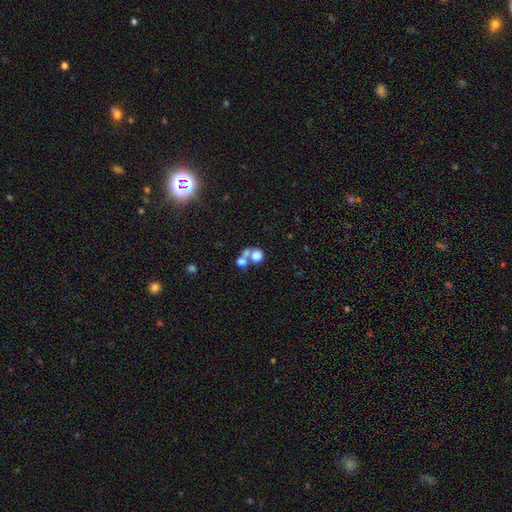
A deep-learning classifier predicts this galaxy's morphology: A smooth galaxy with no disk features (71%) that is round (71%).

Vote fractions:
- Smooth or featured? smooth: 71% / featured or disk: 16% / star or artifact: 13%
- How rounded? round: 71% / in between: 28% / cigar-shaped: 1%
- Merging? merger: 58% / none: 30% / minor disturbance: 6% / major disturbance: 6%